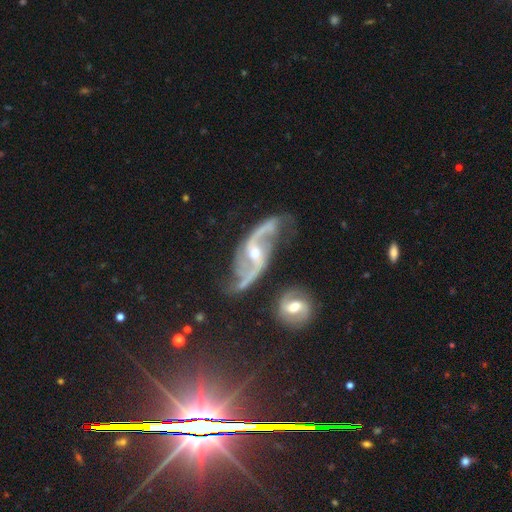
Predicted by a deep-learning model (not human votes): Q: Smooth or featured?
A: featured or disk (90%); runner-up: star or artifact (6%)
Q: Edge-on disk?
A: no (95%); runner-up: yes (5%)
Q: Bar?
A: no (51%); runner-up: weak (31%)
Q: Spiral arms?
A: yes (97%); runner-up: no (3%)
Q: Spiral winding?
A: loose (73%); runner-up: medium (21%)
Q: Spiral arm count?
A: 2 (91%); runner-up: can't tell (2%)
Q: Bulge size?
A: small (50%); runner-up: moderate (47%)
Q: Merging?
A: none (60%); runner-up: minor disturbance (20%)